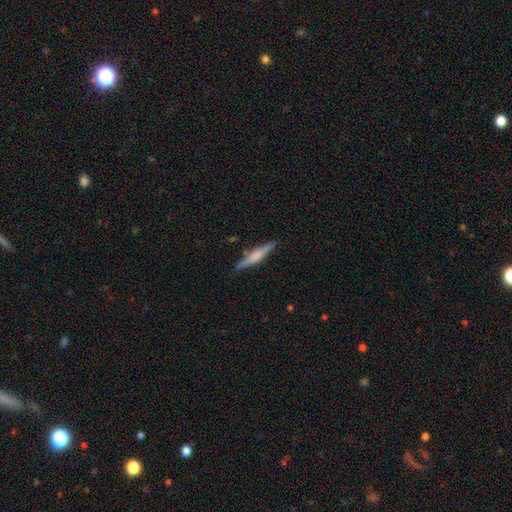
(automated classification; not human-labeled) Smooth or featured: featured or disk — 59% (smooth — 35%)
Edge-on disk: yes — 97% (no — 3%)
Edge-on bulge: rounded — 56% (boxy — 28%)
Merging: none — 87% (minor disturbance — 9%)